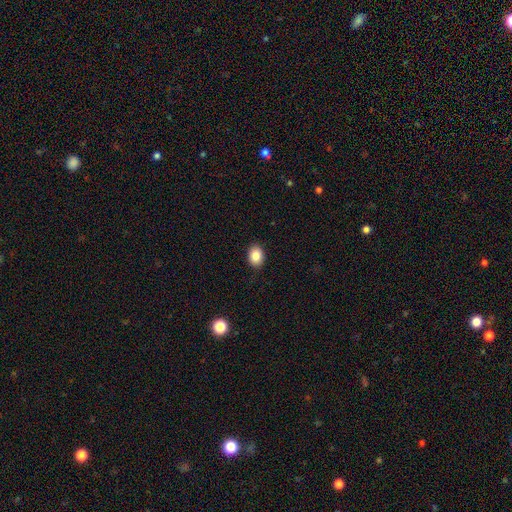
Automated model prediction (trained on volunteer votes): Smooth or featured? Predicted: smooth (p=0.86). How rounded? Predicted: in between (p=0.68). Merging? Predicted: none (p=0.90).